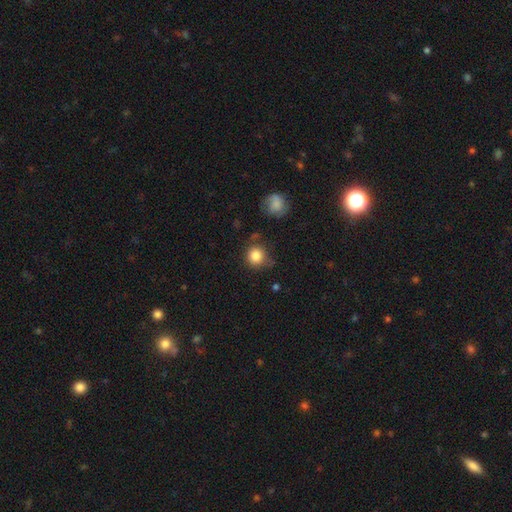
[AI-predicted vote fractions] This appears to be a smooth galaxy with no disk features (84%) that is round (90%). Merging: none (71%).